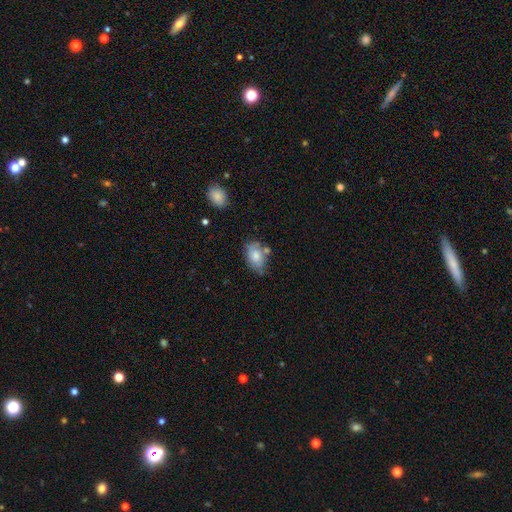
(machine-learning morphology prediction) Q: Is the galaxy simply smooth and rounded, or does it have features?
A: smooth — 71%.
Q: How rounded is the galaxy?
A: in between — 84%.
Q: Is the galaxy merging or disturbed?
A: none — 52%.